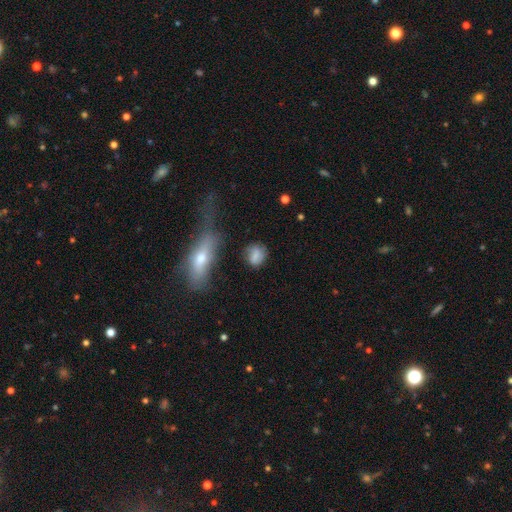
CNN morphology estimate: This appears to be a smooth galaxy with no disk features (74%) that is round (55%). Merging: none (70%).